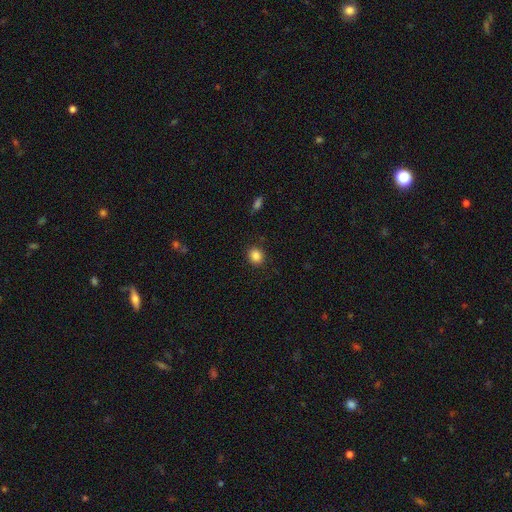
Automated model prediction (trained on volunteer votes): A smooth galaxy with no disk features (86%) that is round (75%). Merging: none (89%).